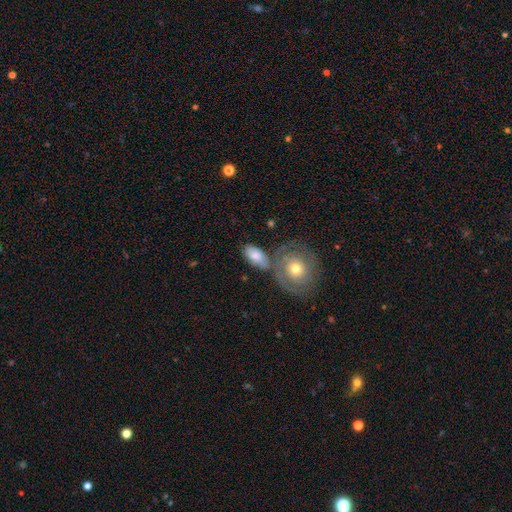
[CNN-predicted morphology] A smooth galaxy with no disk features (64%) that is in between round and cigar-shaped (86%).

Vote fractions:
- Smooth or featured? smooth: 64% / featured or disk: 30% / star or artifact: 7%
- How rounded? in between: 86% / round: 10% / cigar-shaped: 3%
- Merging? none: 41% / merger: 29% / minor disturbance: 20% / major disturbance: 10%